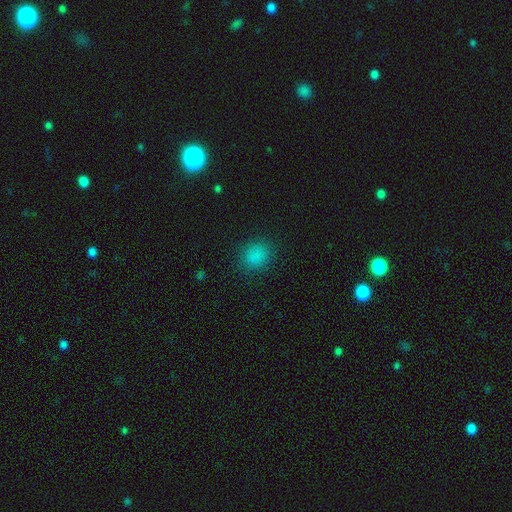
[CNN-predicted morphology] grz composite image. It shows a smooth galaxy with no disk features (83%) that is round (67%). Merging: none (86%).